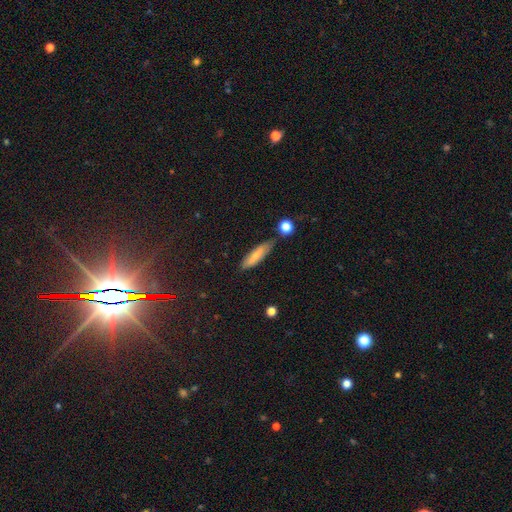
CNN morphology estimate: smooth 72%, featured or disk 21%, star or artifact 7%. Down the decision tree: how rounded — cigar-shaped (67%); merging — none (73%).